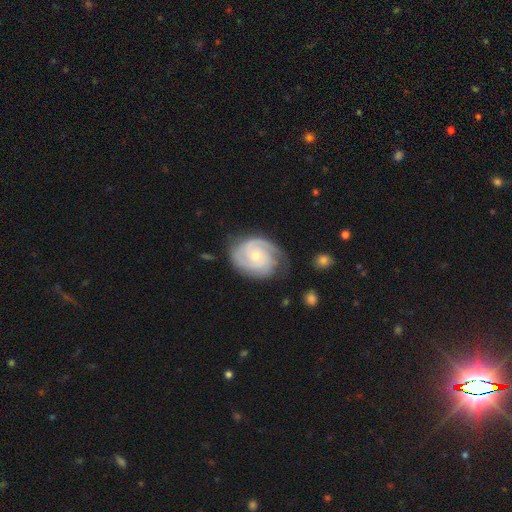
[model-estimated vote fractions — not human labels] This is clearly a featured or disk galaxy (86%). It is clearly not viewed edge-on (98%). Bar: likely no (70%). Spiral arm pattern: clearly yes (97%). Spiral arm count: possibly 2 (54%). Spiral winding: likely tight (64%). Central bulge: possibly small (53%). Merging: likely none (72%).